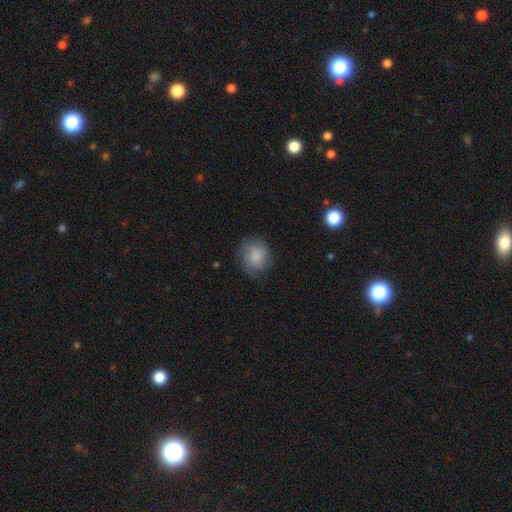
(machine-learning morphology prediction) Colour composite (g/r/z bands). It shows a smooth galaxy with no disk features (71%) that is round (77%). Merging: none (71%).